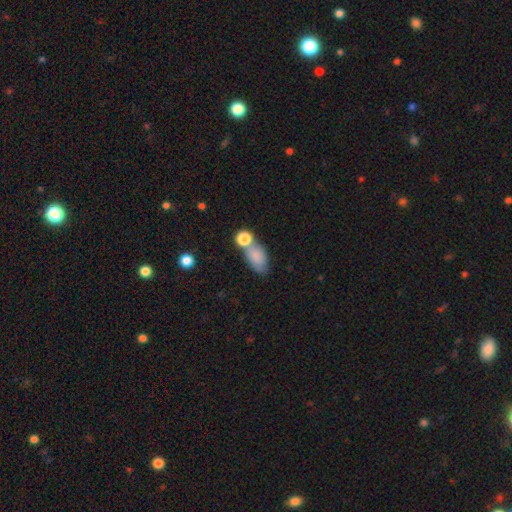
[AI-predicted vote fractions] This appears to be a smooth galaxy with no disk features (80%) that is in between round and cigar-shaped (86%). Merging: none (41%).